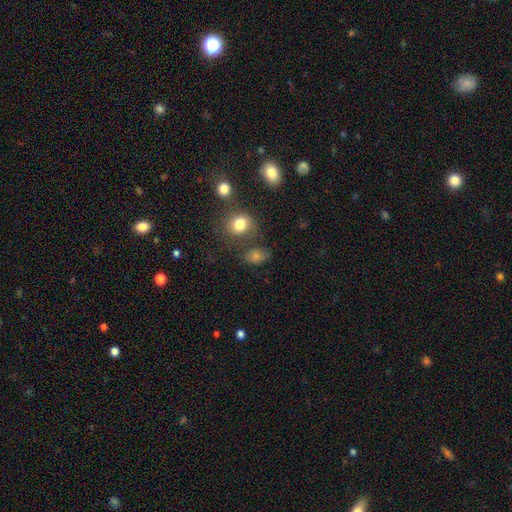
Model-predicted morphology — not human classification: Q: Smooth or featured?
A: smooth (76%); runner-up: star or artifact (15%)
Q: How rounded?
A: in between (63%); runner-up: round (36%)
Q: Merging?
A: none (61%); runner-up: minor disturbance (17%)